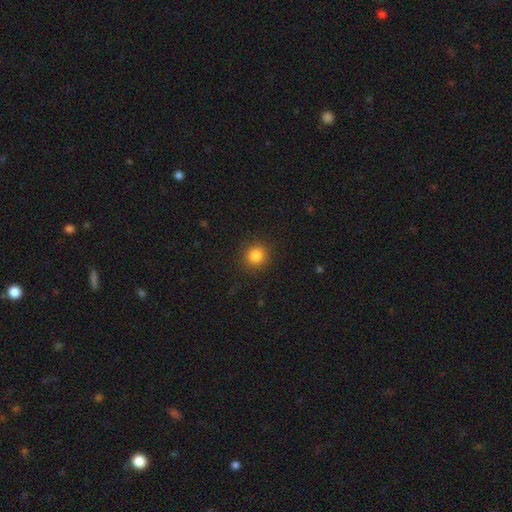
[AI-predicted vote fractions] This is clearly a smooth galaxy (84%). How rounded: clearly round (90%). Merging: clearly none (90%).